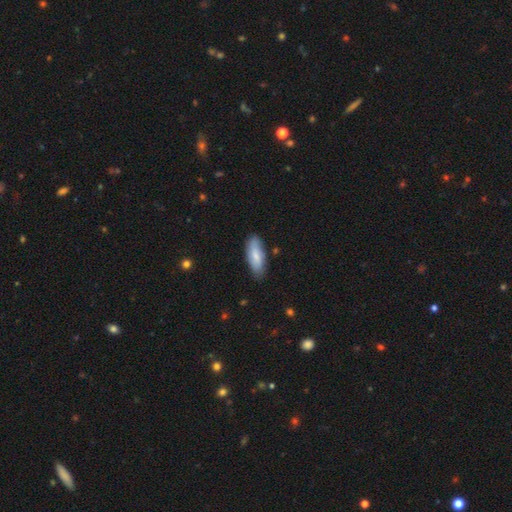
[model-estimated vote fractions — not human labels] smooth-or-featured: smooth: 77% | featured or disk: 18% | star or artifact: 5%
  how-rounded: in between: 71% | cigar-shaped: 27% | round: 2%
  merging: none: 81% | minor disturbance: 14% | major disturbance: 2% | merger: 2%